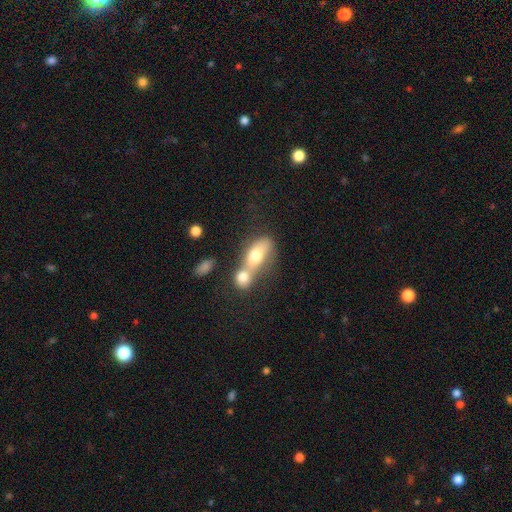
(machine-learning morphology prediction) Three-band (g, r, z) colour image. It shows a smooth galaxy with no disk features (69%) that is in between round and cigar-shaped (78%). Merging: merger (70%).